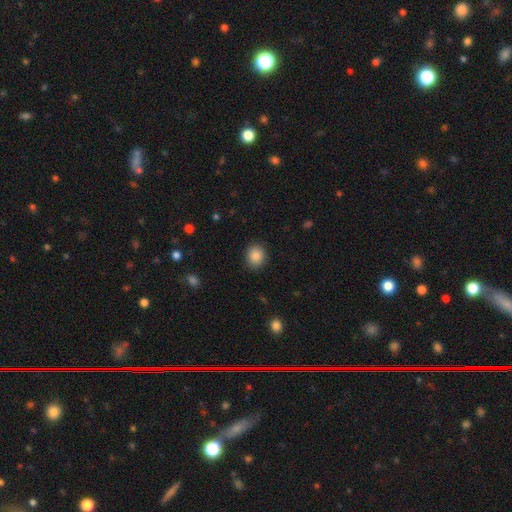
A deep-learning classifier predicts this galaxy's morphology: Smooth or featured?
  - smooth: 86% *
  - star or artifact: 9%
  - featured or disk: 5%
How rounded?
  - round: 72% *
  - in between: 27%
  - cigar-shaped: 1%
Merging?
  - none: 88% *
  - minor disturbance: 8%
  - major disturbance: 2%
  - merger: 1%